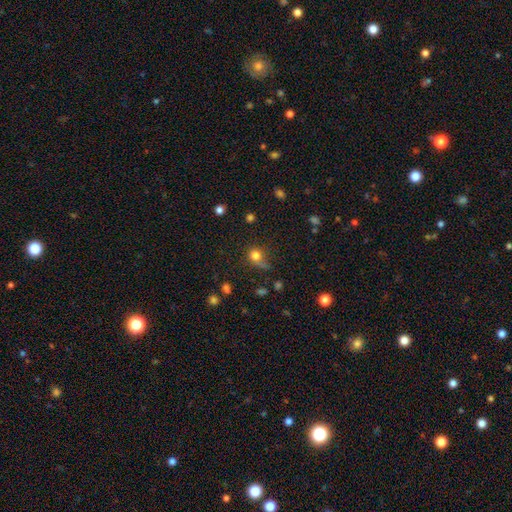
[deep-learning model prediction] Q: Smooth or featured?
A: smooth (78%); runner-up: star or artifact (15%)
Q: How rounded?
A: round (84%); runner-up: in between (15%)
Q: Merging?
A: none (57%); runner-up: minor disturbance (24%)